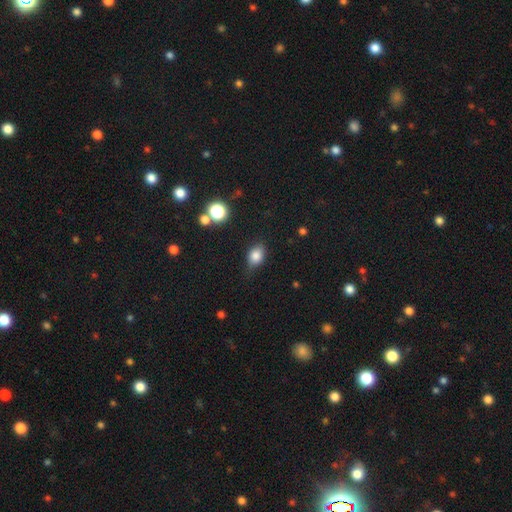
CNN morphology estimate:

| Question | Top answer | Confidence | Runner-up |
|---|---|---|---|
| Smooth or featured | smooth | 80% | star or artifact (11%) |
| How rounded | in between | 65% | round (33%) |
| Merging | none | 70% | minor disturbance (23%) |